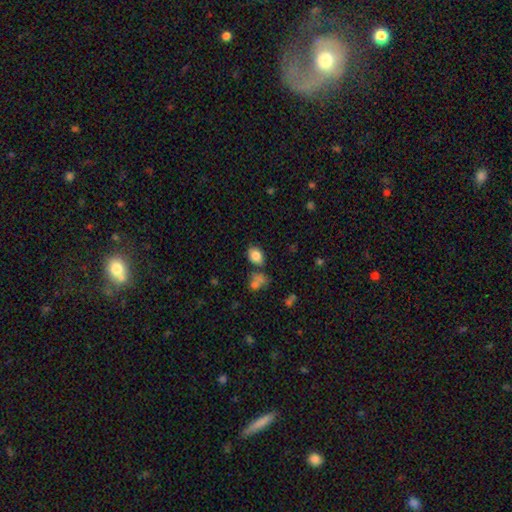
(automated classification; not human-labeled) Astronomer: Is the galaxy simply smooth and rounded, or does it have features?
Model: smooth — 84%.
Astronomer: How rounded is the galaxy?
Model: in between — 72%.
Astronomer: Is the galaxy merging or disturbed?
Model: none — 68%.